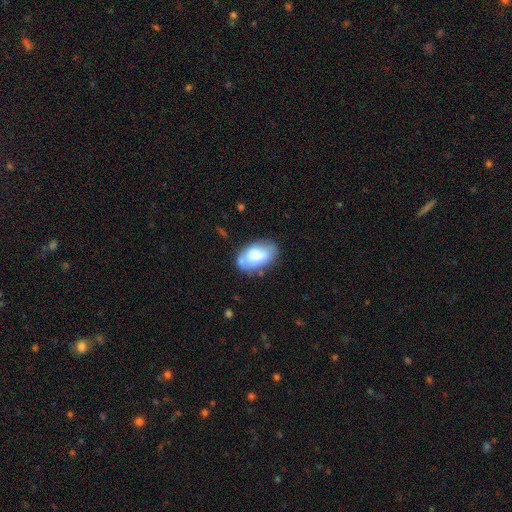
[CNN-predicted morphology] The model was most divided on "merging": none: 65%, minor disturbance: 21%, merger: 8%, major disturbance: 6%. More confident: how rounded — in between (92%); smooth or featured — smooth (71%).